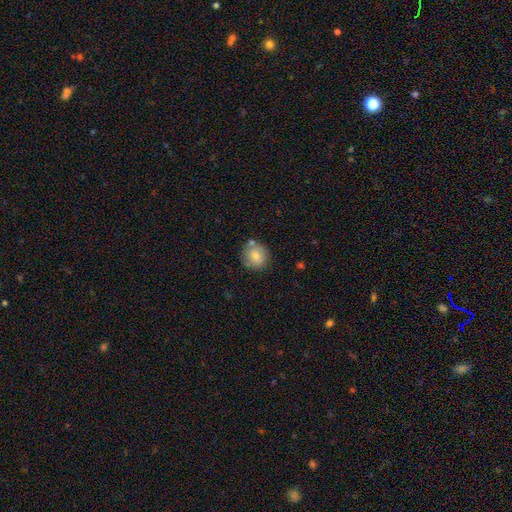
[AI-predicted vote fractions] Smooth or featured: smooth — 76% (featured or disk — 15%)
How rounded: round — 85% (in between — 14%)
Merging: none — 71% (minor disturbance — 15%)